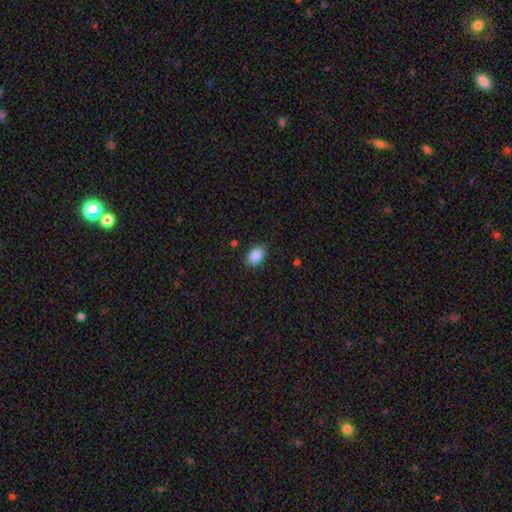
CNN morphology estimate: Smooth or featured: smooth — 89% (star or artifact — 8%)
How rounded: in between — 86% (round — 12%)
Merging: none — 86% (minor disturbance — 11%)